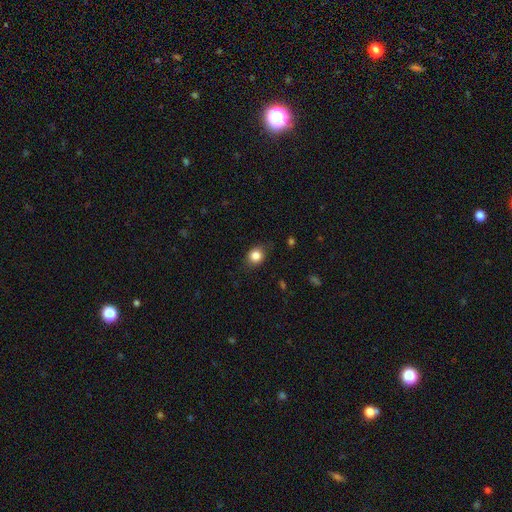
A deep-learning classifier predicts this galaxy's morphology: Smooth or featured? Predicted: smooth (p=0.84). How rounded? Predicted: round (p=0.65). Merging? Predicted: none (p=0.81).